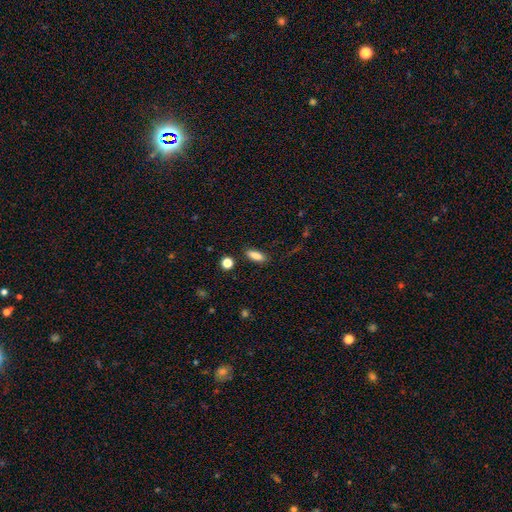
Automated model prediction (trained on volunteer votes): A smooth galaxy with no disk features (85%) that is in between round and cigar-shaped (68%).

Vote fractions:
- Smooth or featured? smooth: 85% / star or artifact: 8% / featured or disk: 7%
- How rounded? in between: 68% / cigar-shaped: 29% / round: 3%
- Merging? none: 86% / minor disturbance: 10% / major disturbance: 3% / merger: 2%